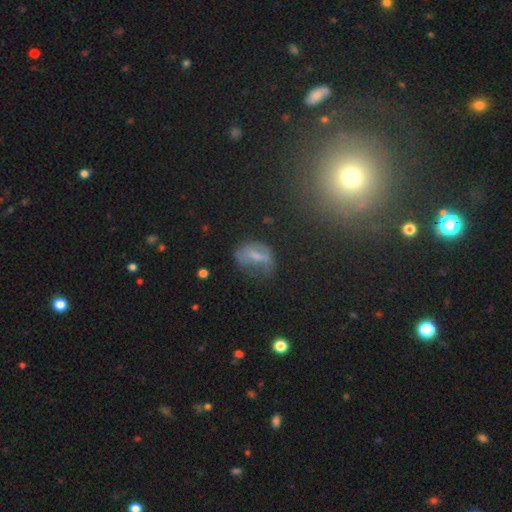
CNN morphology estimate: Smooth or featured?
  - smooth: 40% *
  - featured or disk: 38%
  - star or artifact: 22%
Merging?
  - none: 37% *
  - major disturbance: 32%
  - minor disturbance: 27%
  - merger: 4%